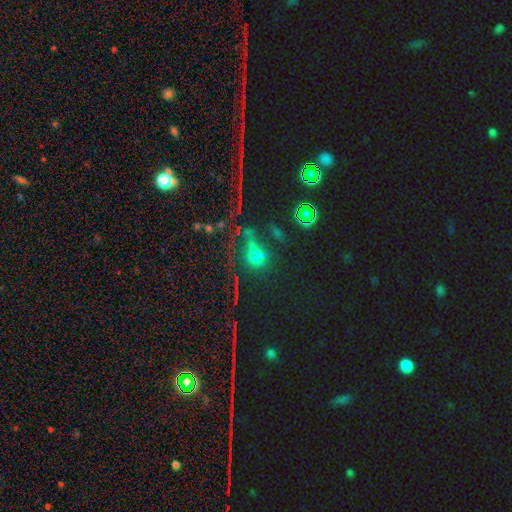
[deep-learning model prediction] Smooth or featured: star or artifact — 47% (smooth — 36%)